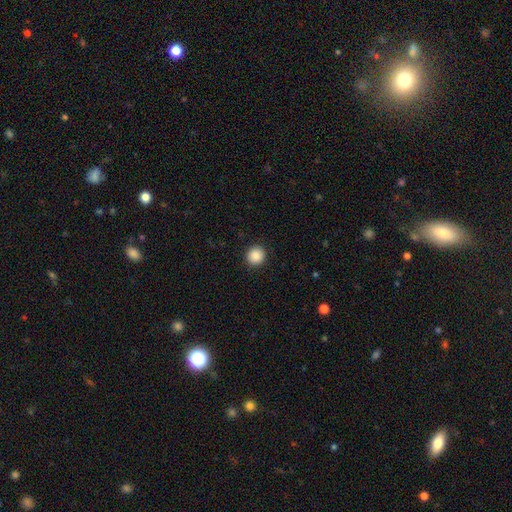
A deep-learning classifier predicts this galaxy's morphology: Q: Smooth or featured?
A: smooth (89%); runner-up: star or artifact (9%)
Q: How rounded?
A: round (92%); runner-up: in between (7%)
Q: Merging?
A: none (92%); runner-up: minor disturbance (5%)